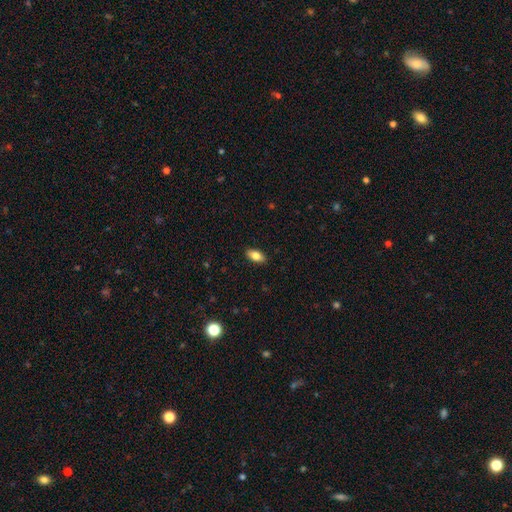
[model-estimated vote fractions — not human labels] This appears to be a smooth galaxy with no disk features (82%) that is in between round and cigar-shaped (90%). Merging: none (90%).